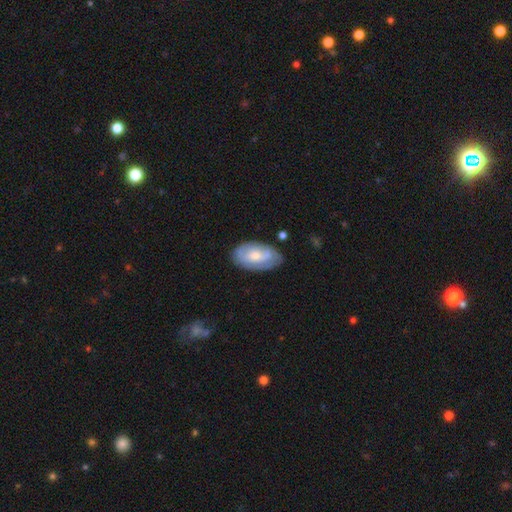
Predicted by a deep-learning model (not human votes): smooth-or-featured: featured or disk: 50% | smooth: 44% | star or artifact: 6%
  disk-edge-on: no: 93% | yes: 7%
  merging: none: 71% | minor disturbance: 21% | major disturbance: 5% | merger: 2%